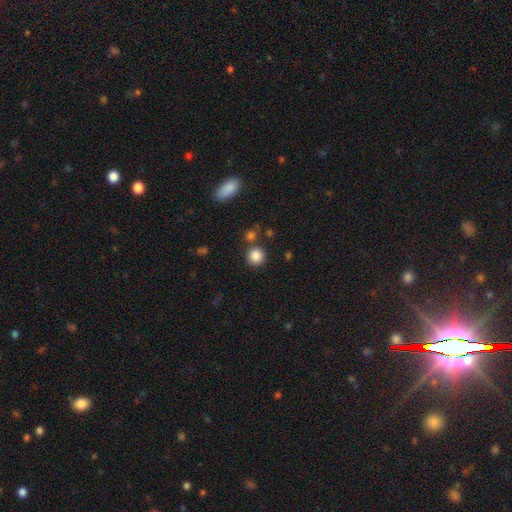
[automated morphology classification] A smooth galaxy with no disk features (86%) that is round (89%). Merging: none (80%).